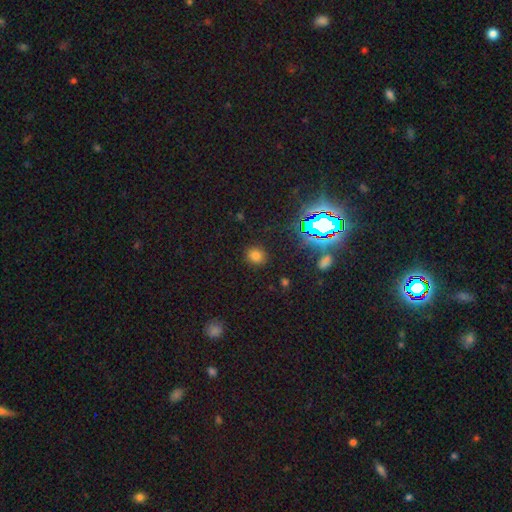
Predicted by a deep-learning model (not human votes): A smooth galaxy with no disk features (71%) that is round (77%). Merging: none (88%).